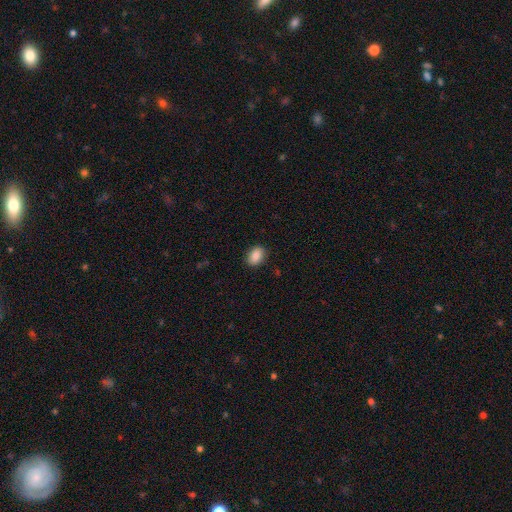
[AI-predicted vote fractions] Smooth or featured? Predicted: smooth (p=0.87). How rounded? Predicted: in between (p=0.76). Merging? Predicted: none (p=0.87).